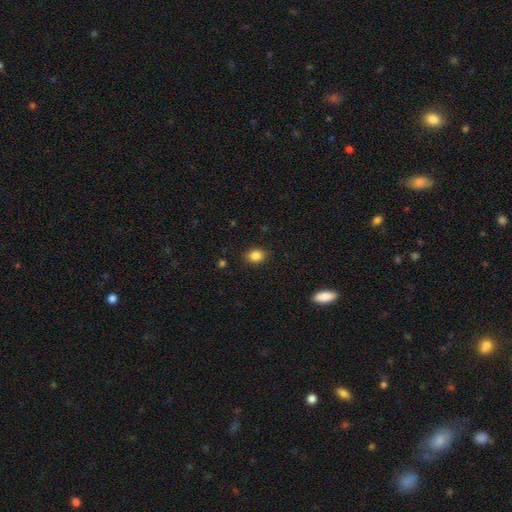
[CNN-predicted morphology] type=smooth (85%); roundness=round (50%); merging=none (88%).